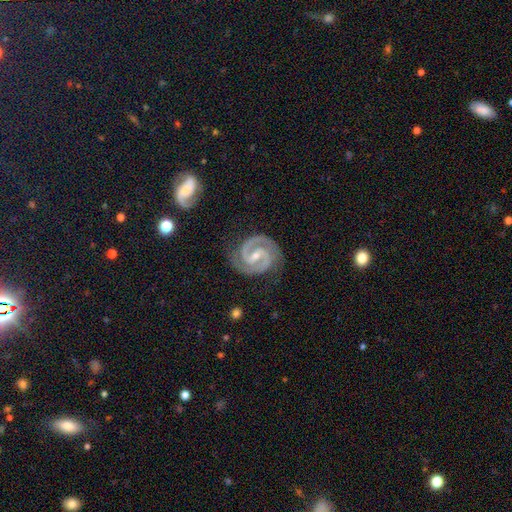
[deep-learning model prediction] Smooth or featured?
  - featured or disk: 94% *
  - star or artifact: 4%
  - smooth: 2%
Edge-on disk?
  - no: 98% *
  - yes: 2%
Bar?
  - weak: 42% *
  - strong: 34%
  - no: 24%
Spiral arms?
  - yes: 99% *
  - no: 1%
Spiral winding?
  - tight: 51% *
  - medium: 45%
  - loose: 5%
Spiral arm count?
  - 2: 94% *
  - 3: 2%
  - can't tell: 1%
  - 1: 1%
  - 4: 1%
  - more than 4: 1%
Bulge size?
  - small: 60% *
  - moderate: 36%
  - none: 2%
  - large: 1%
  - dominant: 1%
Merging?
  - none: 84% *
  - minor disturbance: 12%
  - major disturbance: 3%
  - merger: 2%